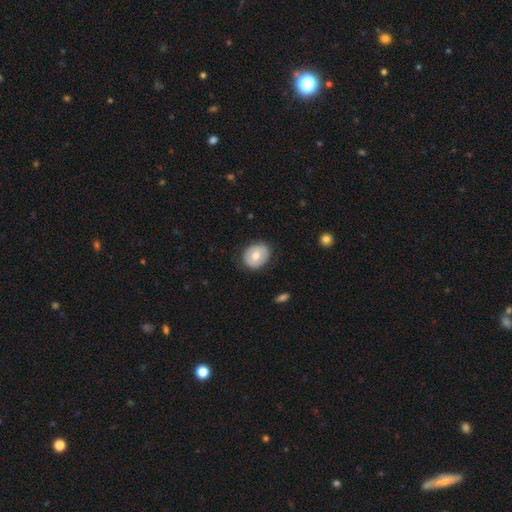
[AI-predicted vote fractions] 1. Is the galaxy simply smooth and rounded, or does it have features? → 67% smooth, 26% featured or disk, 7% star or artifact.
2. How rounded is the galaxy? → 61% round, 38% in between, 1% cigar-shaped.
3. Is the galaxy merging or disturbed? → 84% none, 12% minor disturbance, 3% major disturbance, 1% merger.